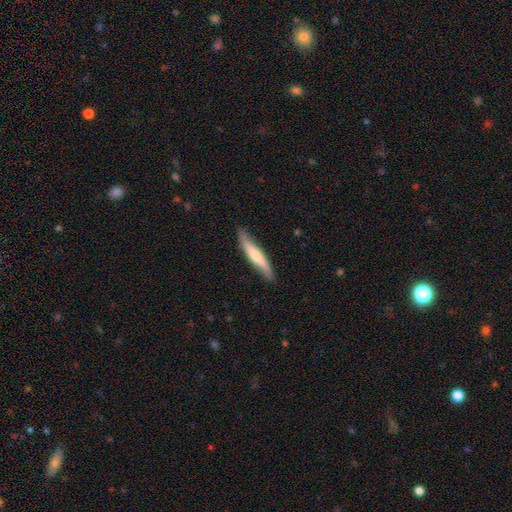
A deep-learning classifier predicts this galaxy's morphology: smooth_or_featured: smooth (p=0.54) [alt: featured or disk p=0.41]
how_rounded: cigar-shaped (p=0.90) [alt: in between p=0.08]
merging: none (p=0.82) [alt: minor disturbance p=0.15]